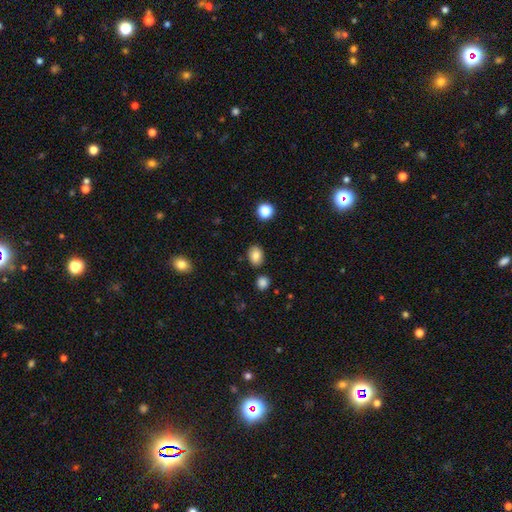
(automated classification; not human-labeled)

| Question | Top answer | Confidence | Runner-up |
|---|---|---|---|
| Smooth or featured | smooth | 85% | star or artifact (9%) |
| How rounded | in between | 72% | round (27%) |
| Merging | none | 85% | minor disturbance (9%) |